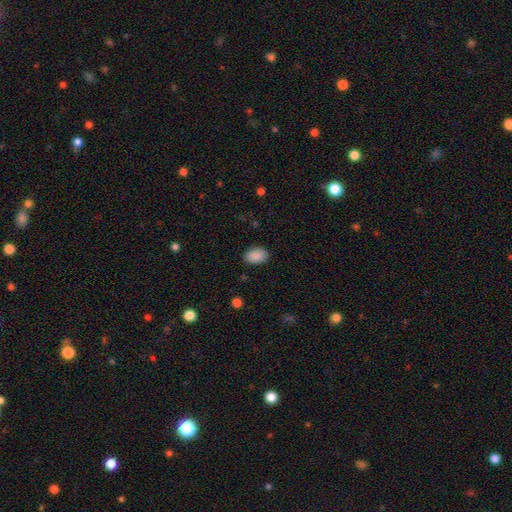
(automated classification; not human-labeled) A smooth galaxy with no disk features (90%) that is in between round and cigar-shaped (87%). Merging: none (86%).